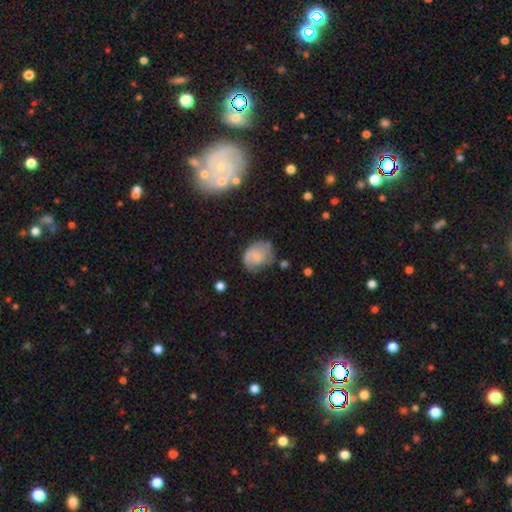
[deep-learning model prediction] Morphology: type=smooth (58%); roundness=round (51%); merging=none (51%).